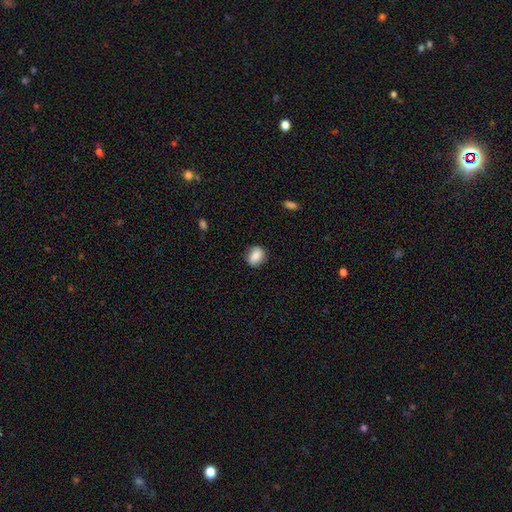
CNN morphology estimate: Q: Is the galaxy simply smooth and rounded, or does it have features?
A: smooth — 80%.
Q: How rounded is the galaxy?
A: round — 51%.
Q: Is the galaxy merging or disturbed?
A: none — 82%.